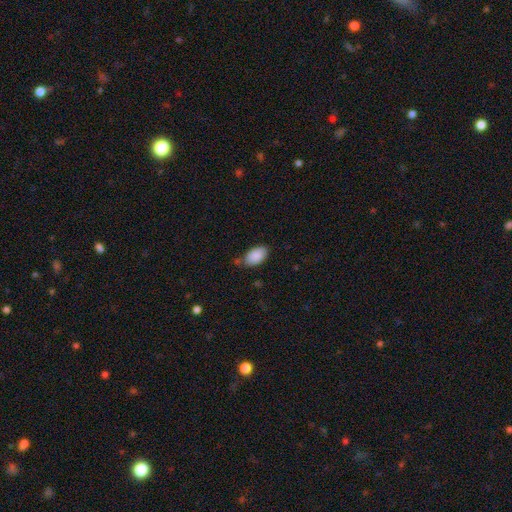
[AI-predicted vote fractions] Q: Smooth or featured?
A: smooth (89%); runner-up: star or artifact (6%)
Q: How rounded?
A: in between (95%); runner-up: round (3%)
Q: Merging?
A: none (70%); runner-up: minor disturbance (21%)